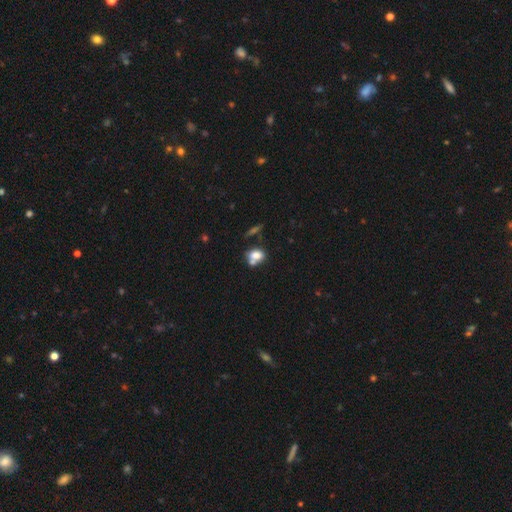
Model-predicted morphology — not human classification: Smooth or featured?
  - smooth: 74% *
  - featured or disk: 15%
  - star or artifact: 11%
How rounded?
  - in between: 62% *
  - round: 35%
  - cigar-shaped: 2%
Merging?
  - none: 42% *
  - merger: 38%
  - minor disturbance: 13%
  - major disturbance: 6%